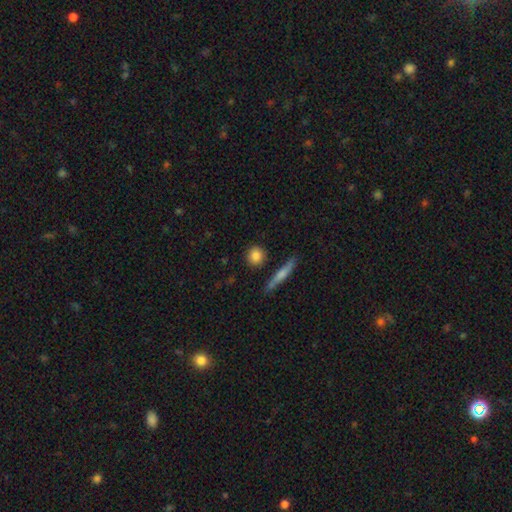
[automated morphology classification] Smooth or featured? Predicted: smooth (p=0.84). How rounded? Predicted: round (p=0.82). Merging? Predicted: none (p=0.85).